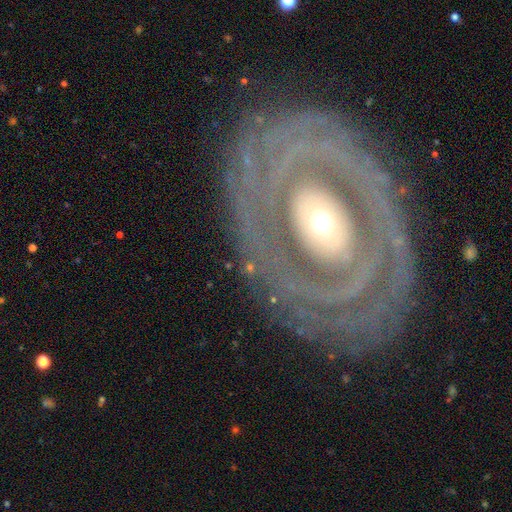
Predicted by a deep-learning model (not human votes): This is clearly a featured or disk galaxy (86%). It is clearly not viewed edge-on (95%). Bar: likely no (74%). Spiral arm pattern: clearly yes (82%). Spiral arm count: marginally can't tell (31%, tied with 2). Spiral winding: clearly tight (80%). Central bulge: possibly moderate (53%). Merging: clearly none (81%).